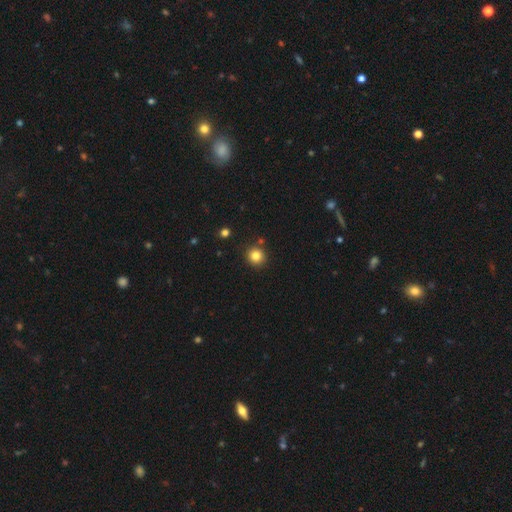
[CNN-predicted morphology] Smooth or featured? Predicted: smooth (p=0.83). How rounded? Predicted: round (p=0.92). Merging? Predicted: none (p=0.87).